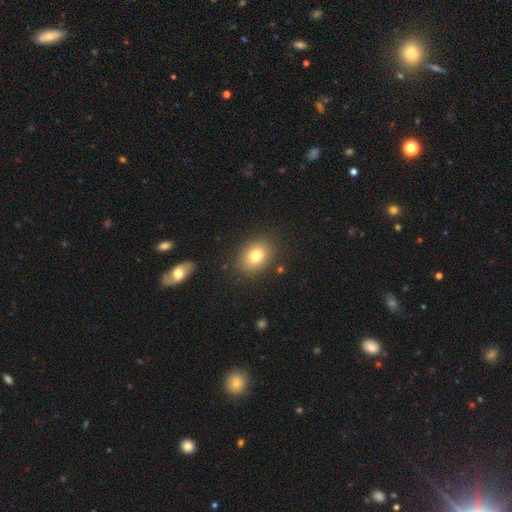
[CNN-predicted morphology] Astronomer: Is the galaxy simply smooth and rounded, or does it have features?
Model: smooth — 78%.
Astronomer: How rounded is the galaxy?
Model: in between — 62%.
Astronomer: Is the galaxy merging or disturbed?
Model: none — 86%.